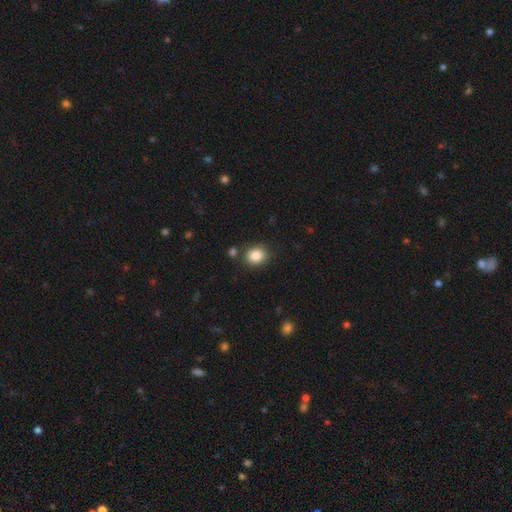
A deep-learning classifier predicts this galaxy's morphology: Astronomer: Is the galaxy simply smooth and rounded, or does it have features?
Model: smooth — 85%.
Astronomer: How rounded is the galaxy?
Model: round — 66%.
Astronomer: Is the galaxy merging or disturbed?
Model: none — 82%.